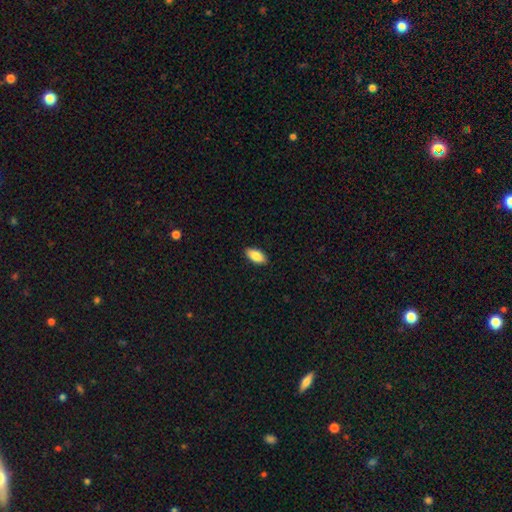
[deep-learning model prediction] smooth_or_featured: smooth (p=0.87) [alt: featured or disk p=0.07]
how_rounded: in between (p=0.92) [alt: cigar-shaped p=0.06]
merging: none (p=0.90) [alt: minor disturbance p=0.07]